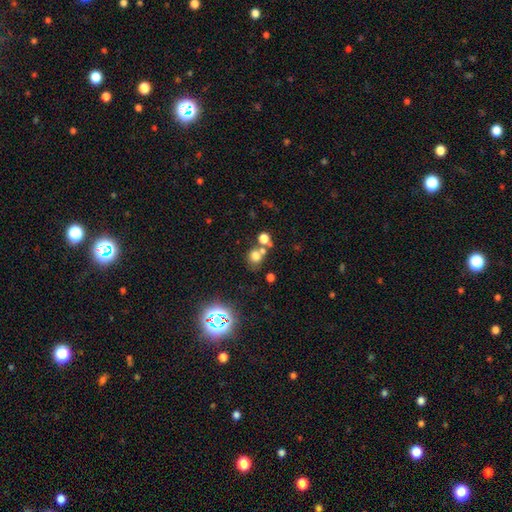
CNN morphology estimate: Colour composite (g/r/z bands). It shows a smooth galaxy with no disk features (68%) that is round (78%). Merging: none (53%).